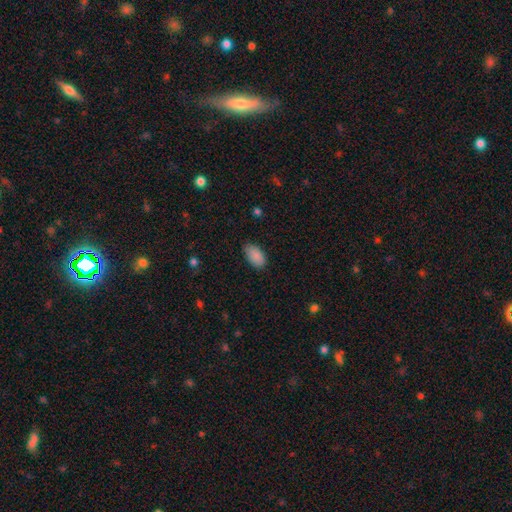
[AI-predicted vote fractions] Smooth or featured?
  - smooth: 89% *
  - star or artifact: 7%
  - featured or disk: 4%
How rounded?
  - in between: 94% *
  - round: 4%
  - cigar-shaped: 2%
Merging?
  - none: 80% *
  - minor disturbance: 16%
  - major disturbance: 3%
  - merger: 1%